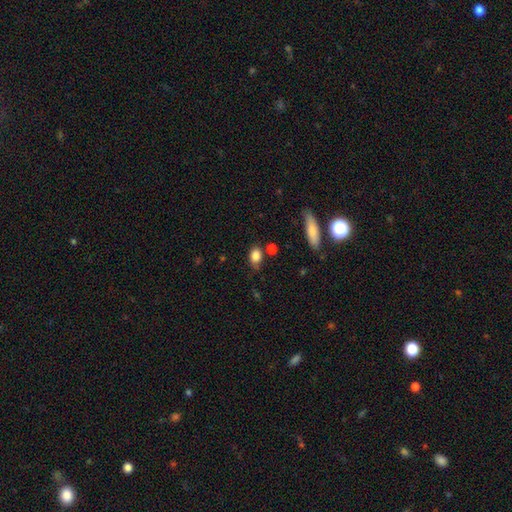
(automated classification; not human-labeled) Smooth or featured?
  - smooth: 85% *
  - star or artifact: 9%
  - featured or disk: 6%
How rounded?
  - in between: 70% *
  - round: 27%
  - cigar-shaped: 3%
Merging?
  - none: 69% *
  - minor disturbance: 19%
  - merger: 7%
  - major disturbance: 5%